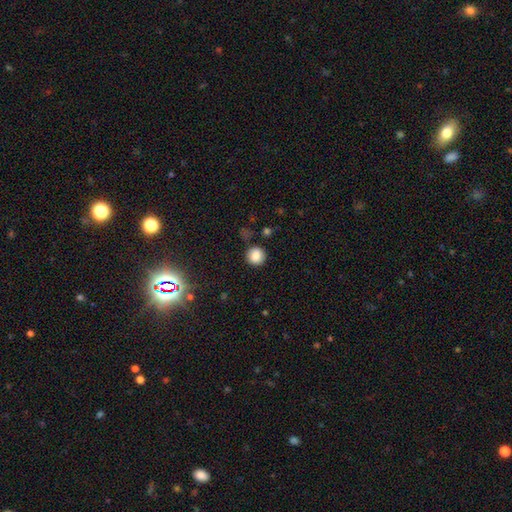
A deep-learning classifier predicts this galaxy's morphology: Smooth or featured?
  - smooth: 83% *
  - star or artifact: 12%
  - featured or disk: 5%
How rounded?
  - round: 89% *
  - in between: 10%
  - cigar-shaped: 1%
Merging?
  - none: 83% *
  - minor disturbance: 11%
  - major disturbance: 3%
  - merger: 3%